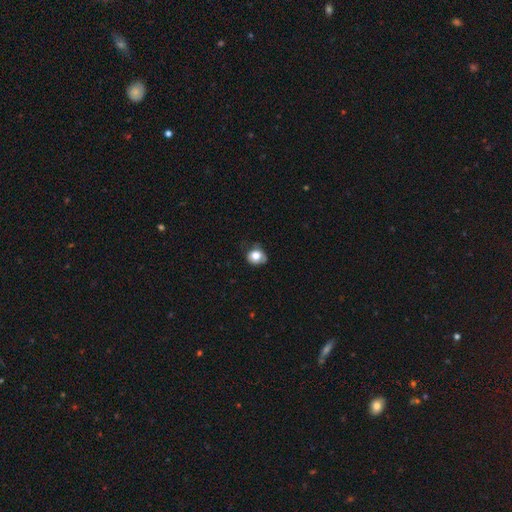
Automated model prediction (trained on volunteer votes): Smooth or featured: smooth — 77% (featured or disk — 13%)
How rounded: round — 69% (in between — 31%)
Merging: none — 54% (minor disturbance — 32%)